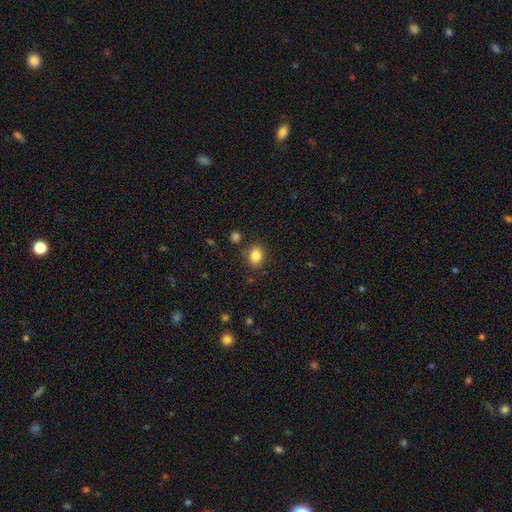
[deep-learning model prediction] smooth-or-featured: smooth: 84% | star or artifact: 10% | featured or disk: 6%
  how-rounded: in between: 52% | round: 47% | cigar-shaped: 1%
  merging: none: 81% | minor disturbance: 11% | merger: 4% | major disturbance: 3%